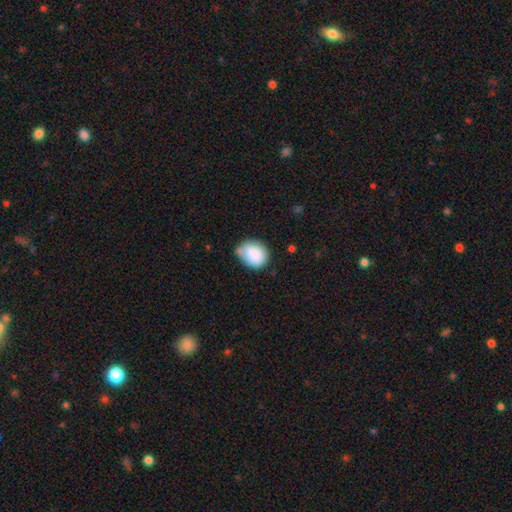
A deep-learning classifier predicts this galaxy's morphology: Smooth or featured?
  - smooth: 86% *
  - star or artifact: 7%
  - featured or disk: 7%
How rounded?
  - in between: 50% *
  - round: 49%
  - cigar-shaped: 1%
Merging?
  - none: 56% *
  - minor disturbance: 32%
  - major disturbance: 7%
  - merger: 5%